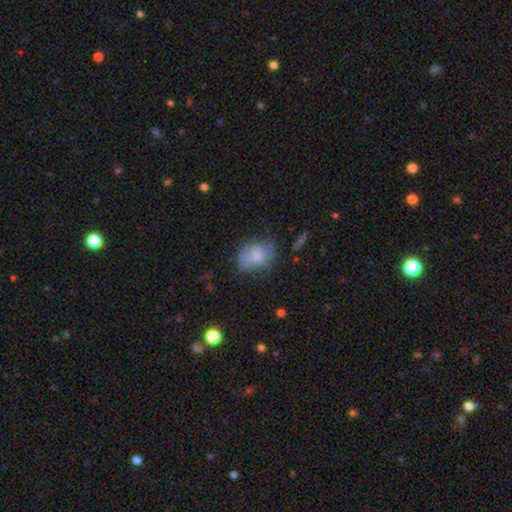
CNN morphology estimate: smooth 61%, featured or disk 29%, star or artifact 10%. Down the decision tree: how rounded — in between (73%); merging — none (43%).